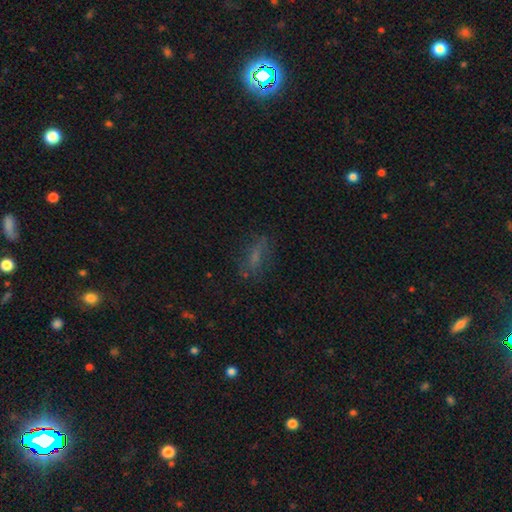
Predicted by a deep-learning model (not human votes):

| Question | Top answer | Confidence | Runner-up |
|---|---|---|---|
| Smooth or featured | smooth | 50% | featured or disk (30%) |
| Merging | none | 66% | minor disturbance (19%) |